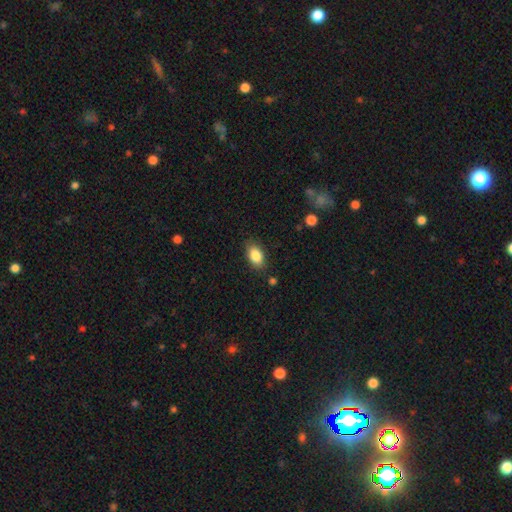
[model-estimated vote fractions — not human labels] Overall: smooth (86%). How rounded: in between (89%). Merging: none (83%).